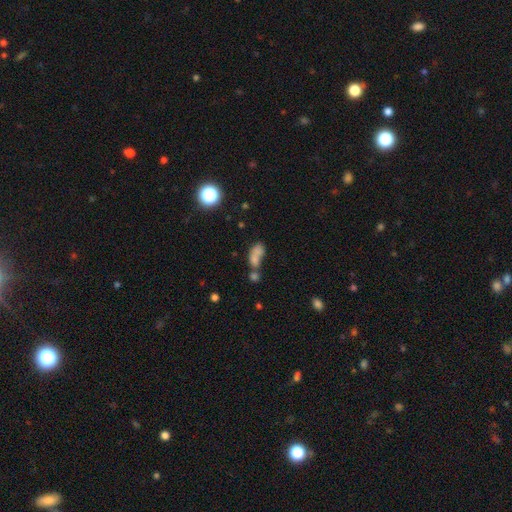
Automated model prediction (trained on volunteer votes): smooth 67%, featured or disk 18%, star or artifact 14%. Down the decision tree: how rounded — in between (79%); merging — merger (56%).